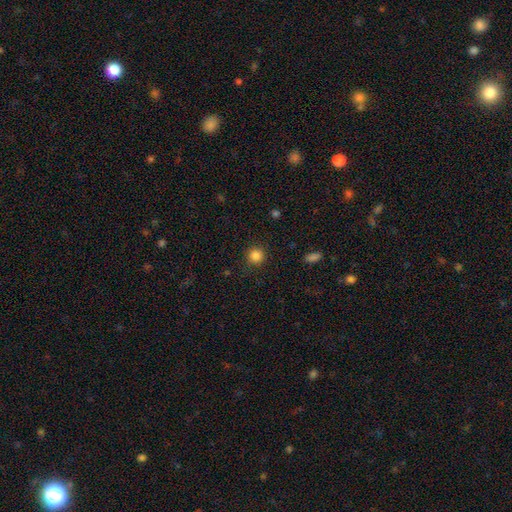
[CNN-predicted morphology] The model was most divided on "smooth or featured": smooth: 85%, star or artifact: 11%, featured or disk: 4%. More confident: how rounded — round (94%); merging — none (90%).